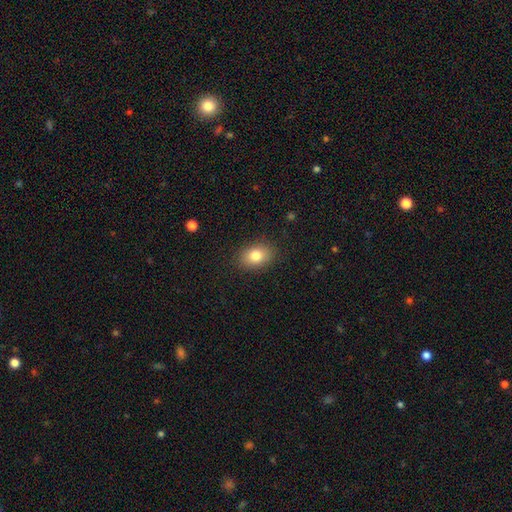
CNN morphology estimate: smooth-or-featured: smooth: 81% | featured or disk: 10% | star or artifact: 9%
  how-rounded: in between: 77% | round: 22% | cigar-shaped: 1%
  merging: none: 87% | minor disturbance: 9% | major disturbance: 3% | merger: 1%